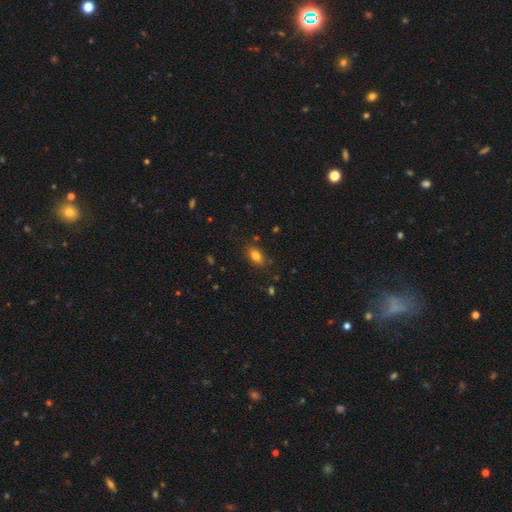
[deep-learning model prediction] A smooth galaxy with no disk features (81%) that is in between round and cigar-shaped (86%).

Vote fractions:
- Smooth or featured? smooth: 81% / star or artifact: 10% / featured or disk: 9%
- How rounded? in between: 86% / round: 11% / cigar-shaped: 4%
- Merging? none: 82% / minor disturbance: 12% / major disturbance: 3% / merger: 2%